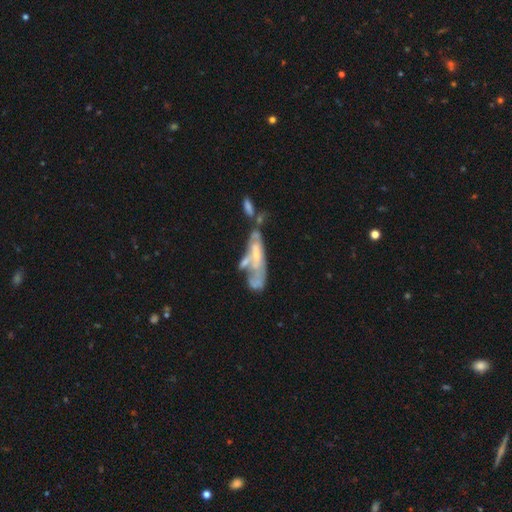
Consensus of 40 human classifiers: A featured or disk galaxy (57%) with no bar (60%), no spiral arms (60%) and a small central bulge (45%). Merging: merger (39%).